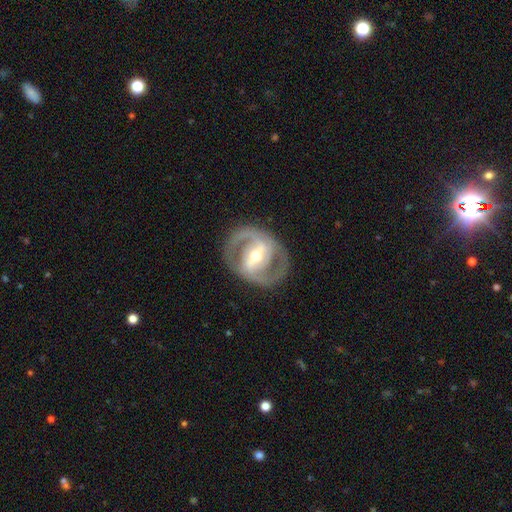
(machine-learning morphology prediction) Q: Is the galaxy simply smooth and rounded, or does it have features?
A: featured or disk — 87%.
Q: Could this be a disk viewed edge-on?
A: no — 96%.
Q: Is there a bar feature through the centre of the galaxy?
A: strong — 54%.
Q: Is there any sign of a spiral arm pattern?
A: yes — 87%.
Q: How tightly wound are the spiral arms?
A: medium — 52%.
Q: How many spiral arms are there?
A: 2 — 88%.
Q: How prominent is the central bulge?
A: moderate — 61%.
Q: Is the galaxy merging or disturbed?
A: none — 82%.